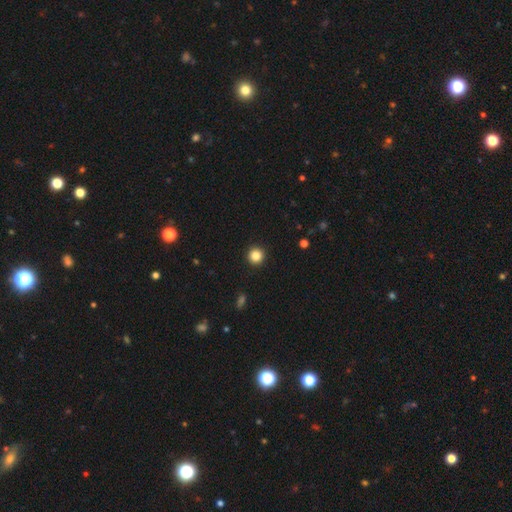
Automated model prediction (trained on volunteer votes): smooth-or-featured: smooth: 85% | star or artifact: 11% | featured or disk: 4%
  how-rounded: round: 96% | in between: 3% | cigar-shaped: 1%
  merging: none: 93% | minor disturbance: 4% | major disturbance: 2% | merger: 1%